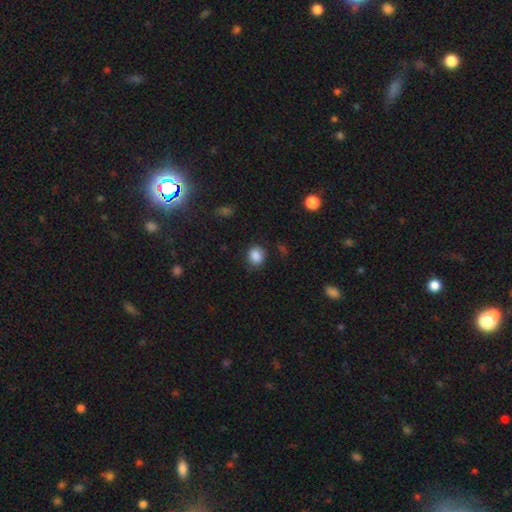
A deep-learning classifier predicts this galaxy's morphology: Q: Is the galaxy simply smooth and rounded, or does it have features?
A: smooth — 87%.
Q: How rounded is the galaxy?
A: round — 70%.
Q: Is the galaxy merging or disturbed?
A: none — 81%.